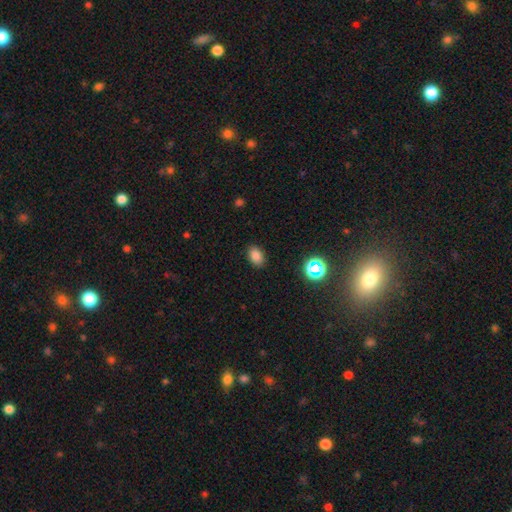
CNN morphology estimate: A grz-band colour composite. It shows a smooth galaxy with no disk features (81%) that is in between round and cigar-shaped (79%). Merging: none (87%).